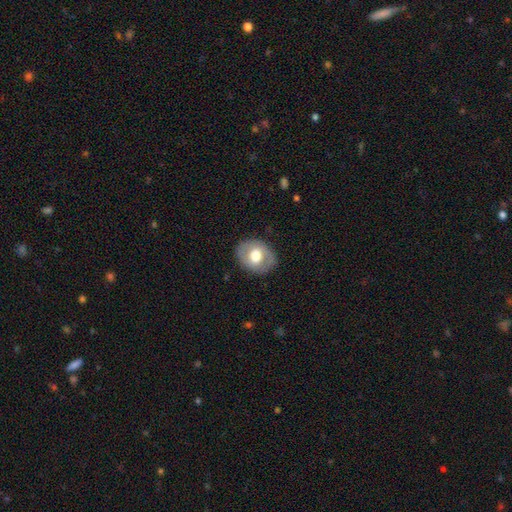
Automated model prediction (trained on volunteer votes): Smooth or featured: smooth — 55% (featured or disk — 38%)
How rounded: round — 50% (in between — 49%)
Merging: none — 83% (minor disturbance — 12%)